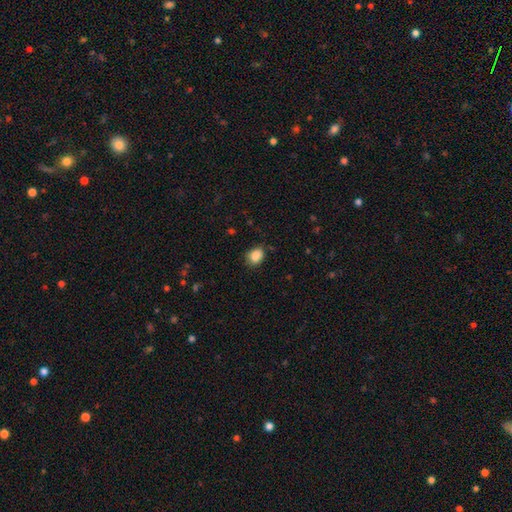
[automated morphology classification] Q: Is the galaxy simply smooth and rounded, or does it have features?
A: smooth — 88%.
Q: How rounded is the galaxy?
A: in between — 60%.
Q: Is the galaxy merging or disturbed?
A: none — 77%.